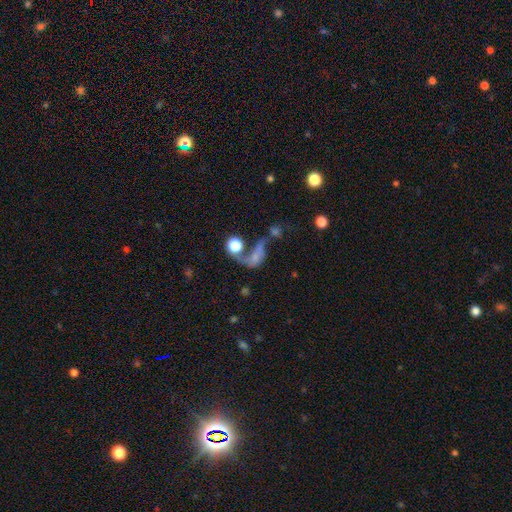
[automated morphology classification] This appears to be a smooth galaxy with no disk features (44%). Merging: major disturbance (34%).